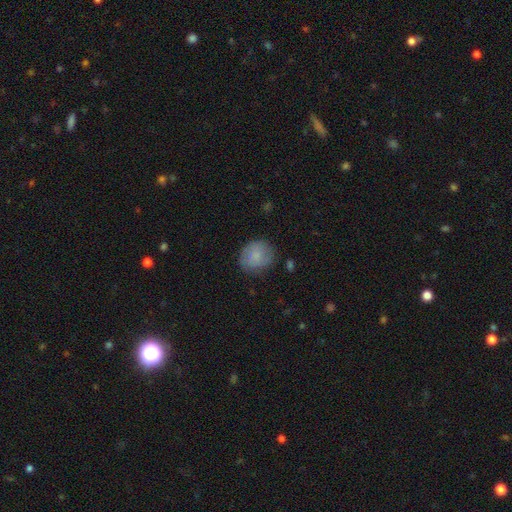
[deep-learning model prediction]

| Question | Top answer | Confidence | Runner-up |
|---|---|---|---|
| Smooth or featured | smooth | 73% | featured or disk (20%) |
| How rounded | round | 74% | in between (25%) |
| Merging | none | 75% | minor disturbance (18%) |